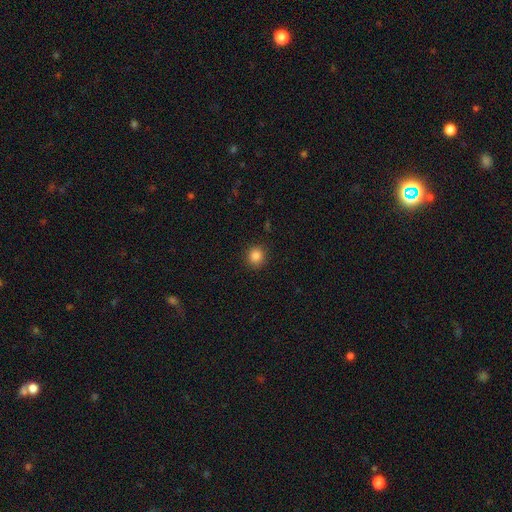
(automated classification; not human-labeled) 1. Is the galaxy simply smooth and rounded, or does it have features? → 86% smooth, 11% star or artifact, 3% featured or disk.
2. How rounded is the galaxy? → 87% round, 12% in between, 1% cigar-shaped.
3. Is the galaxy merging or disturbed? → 90% none, 7% minor disturbance, 2% major disturbance, 1% merger.